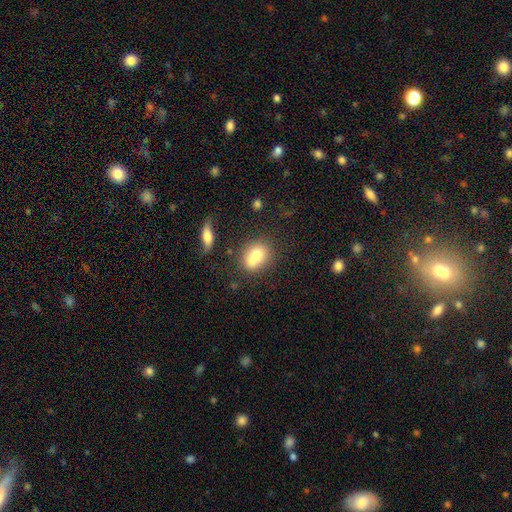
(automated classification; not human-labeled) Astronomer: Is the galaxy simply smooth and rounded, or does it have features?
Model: smooth — 72%.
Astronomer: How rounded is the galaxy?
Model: round — 53% (runner-up: in between, 45%).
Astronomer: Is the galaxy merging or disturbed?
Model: none — 46% (runner-up: merger, 33%).